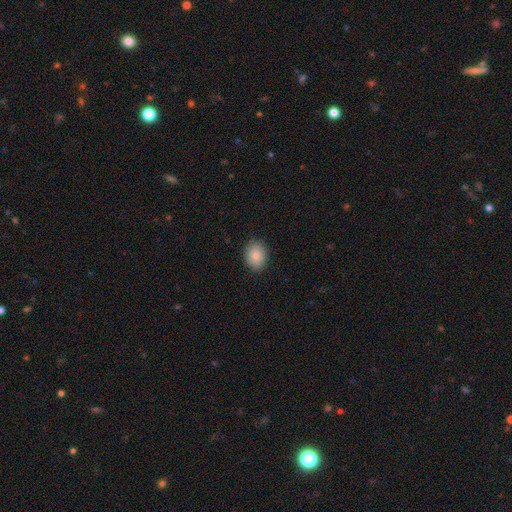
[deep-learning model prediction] Q: Smooth or featured?
A: smooth (85%); runner-up: star or artifact (8%)
Q: How rounded?
A: in between (66%); runner-up: round (33%)
Q: Merging?
A: none (88%); runner-up: minor disturbance (9%)